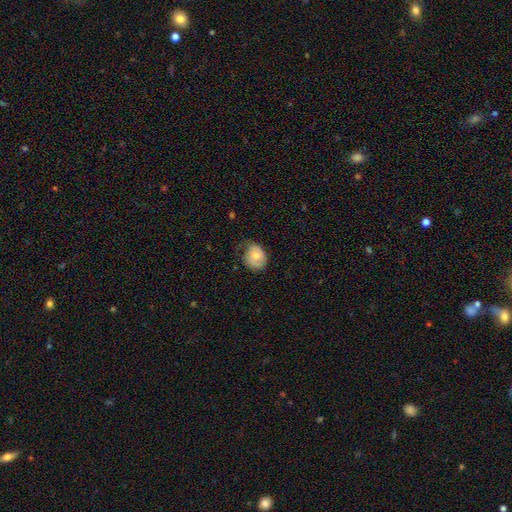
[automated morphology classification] A smooth galaxy with no disk features (70%) that is round (55%).

Vote fractions:
- Smooth or featured? smooth: 70% / featured or disk: 23% / star or artifact: 7%
- How rounded? round: 55% / in between: 44% / cigar-shaped: 1%
- Merging? none: 51% / minor disturbance: 36% / major disturbance: 12% / merger: 1%